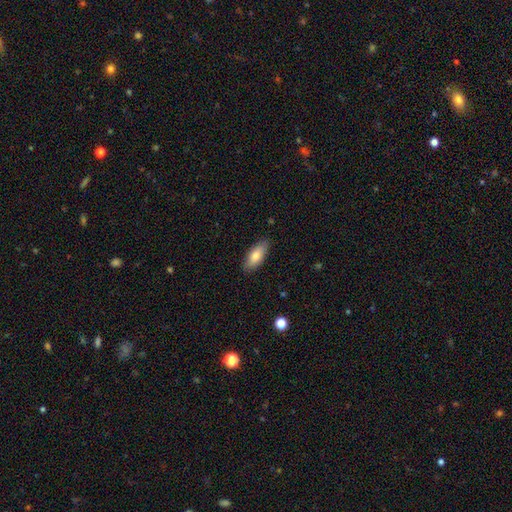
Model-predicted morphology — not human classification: This is likely a smooth galaxy (77%). How rounded: clearly in between (81%). Merging: clearly none (86%).